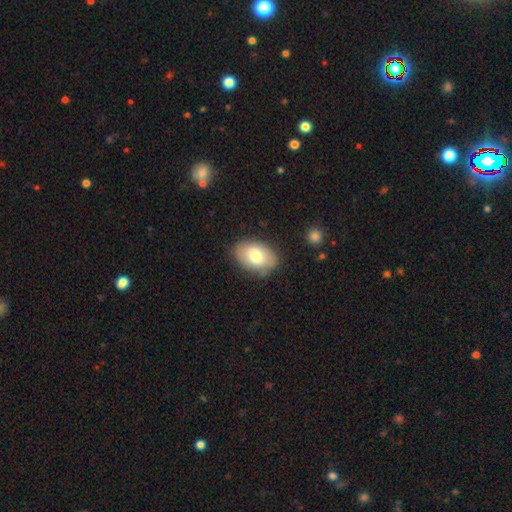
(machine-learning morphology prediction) smooth 75%, featured or disk 18%, star or artifact 7%. Down the decision tree: how rounded — in between (87%); merging — none (79%).